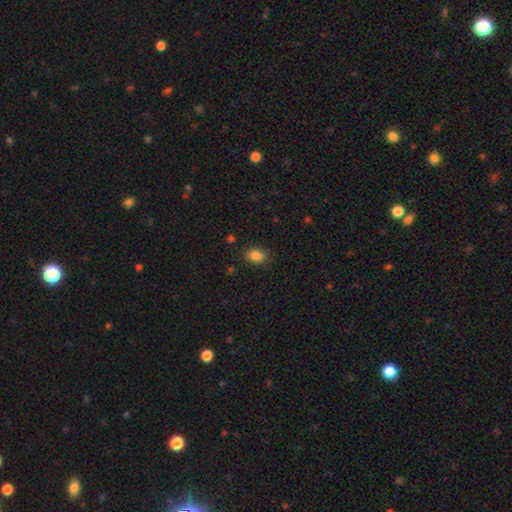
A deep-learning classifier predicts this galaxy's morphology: smooth 85%, star or artifact 10%, featured or disk 4%. Down the decision tree: how rounded — in between (70%); merging — none (84%).